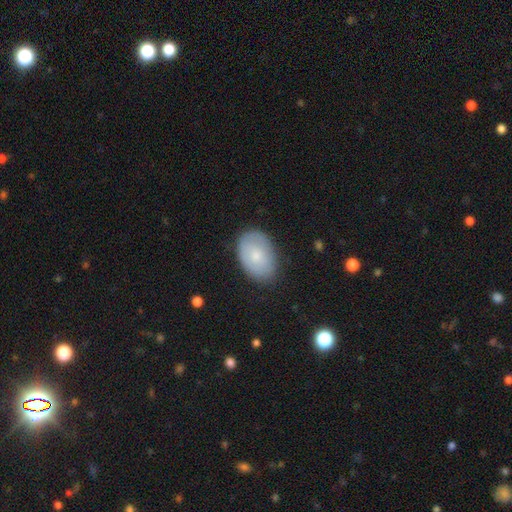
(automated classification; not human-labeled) A smooth galaxy with no disk features (70%) that is in between round and cigar-shaped (86%).

Vote fractions:
- Smooth or featured? smooth: 70% / featured or disk: 24% / star or artifact: 7%
- How rounded? in between: 86% / round: 13% / cigar-shaped: 1%
- Merging? none: 80% / minor disturbance: 15% / major disturbance: 4% / merger: 1%